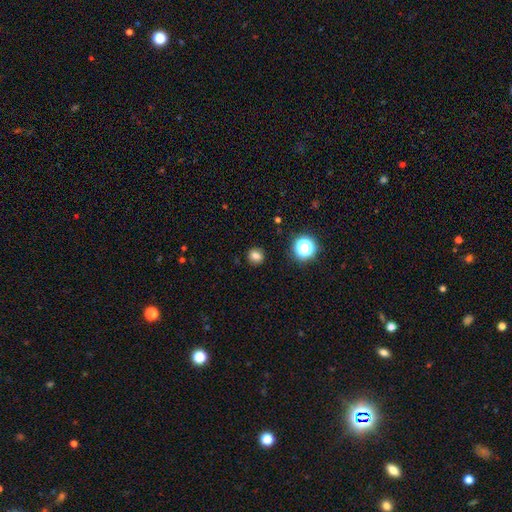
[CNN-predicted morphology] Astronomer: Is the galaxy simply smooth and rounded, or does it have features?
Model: smooth — 78%.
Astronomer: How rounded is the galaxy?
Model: round — 81%.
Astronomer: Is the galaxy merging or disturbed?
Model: none — 88%.